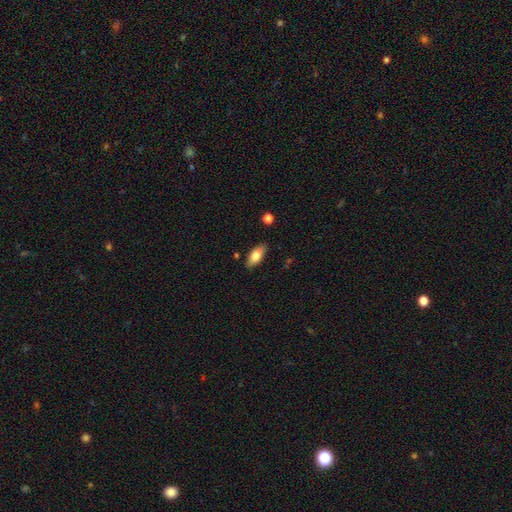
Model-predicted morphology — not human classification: This is likely a smooth galaxy (75%). How rounded: likely in between (80%). Merging: clearly none (82%).